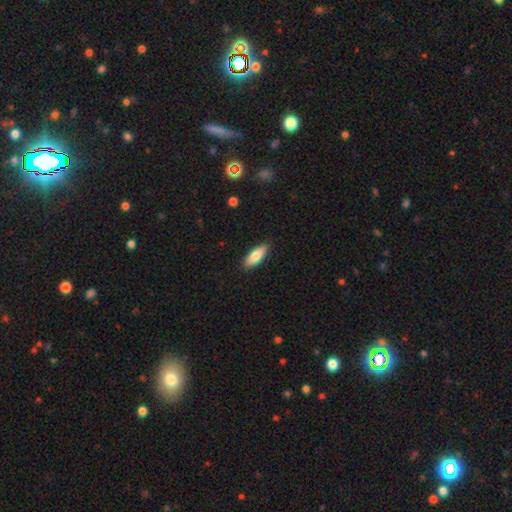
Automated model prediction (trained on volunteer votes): This is likely a smooth galaxy (74%). How rounded: likely in between (60%). Merging: clearly none (88%).